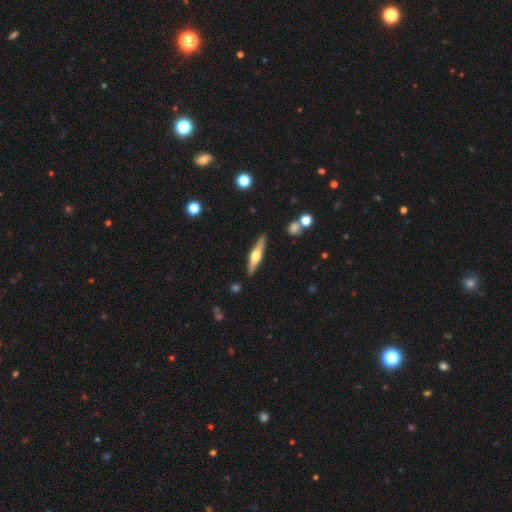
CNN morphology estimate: Overall: featured or disk (64%; smooth 30%). Edge-on disk: yes (96%). Edge-on bulge: rounded (90%). Merging: none (88%).